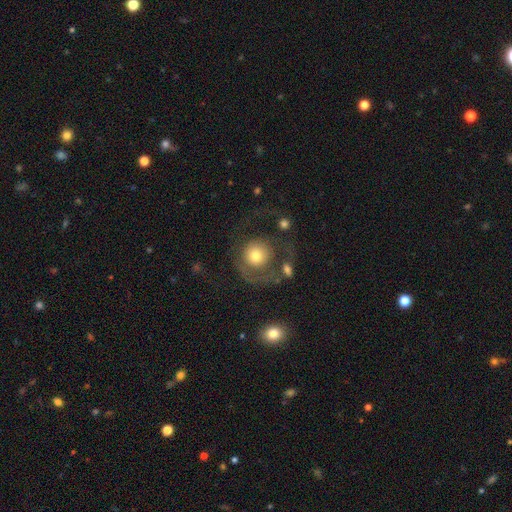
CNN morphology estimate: type=smooth (53%); roundness=round (88%); merging=major disturbance (45%).